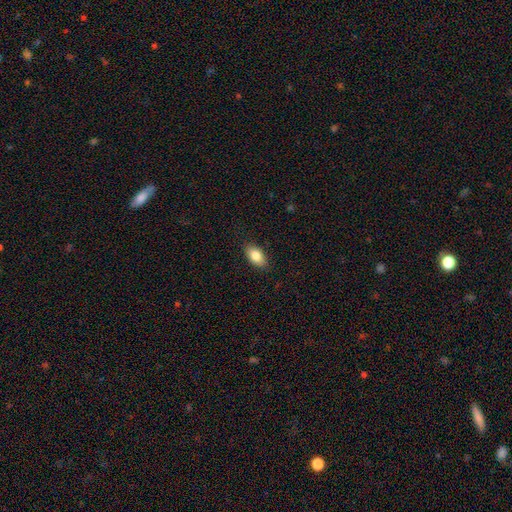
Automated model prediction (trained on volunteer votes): Smooth or featured?
  - smooth: 84% *
  - featured or disk: 9%
  - star or artifact: 7%
How rounded?
  - in between: 92% *
  - round: 5%
  - cigar-shaped: 3%
Merging?
  - none: 87% *
  - minor disturbance: 10%
  - major disturbance: 2%
  - merger: 1%